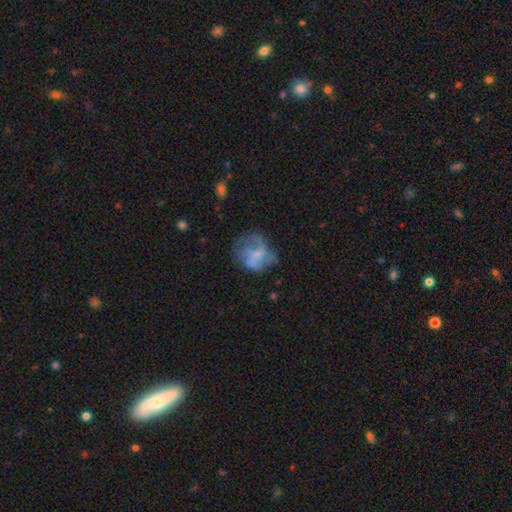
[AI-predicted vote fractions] featured or disk 48%, smooth 41%, star or artifact 11%. Down the decision tree: merging — none (43%).